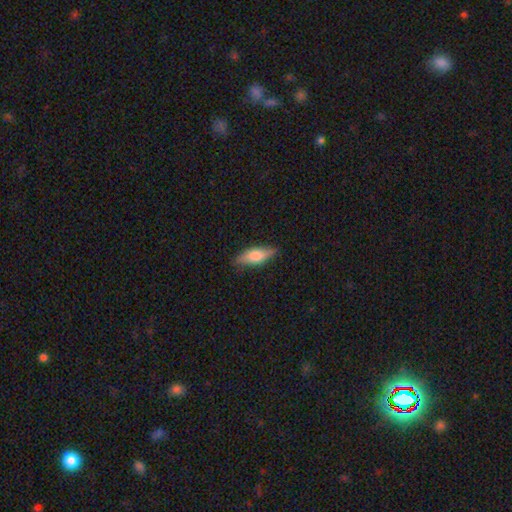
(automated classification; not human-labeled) Overall: smooth (69%). How rounded: in between (59%; cigar-shaped 39%). Merging: none (83%).